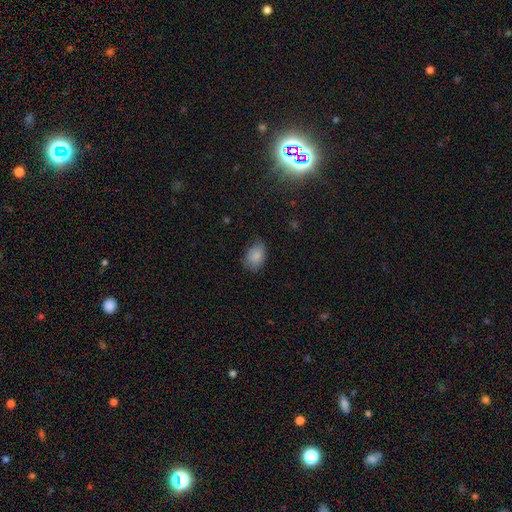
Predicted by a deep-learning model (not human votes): Overall: smooth (84%). How rounded: in between (83%). Merging: none (60%; minor disturbance 31%).